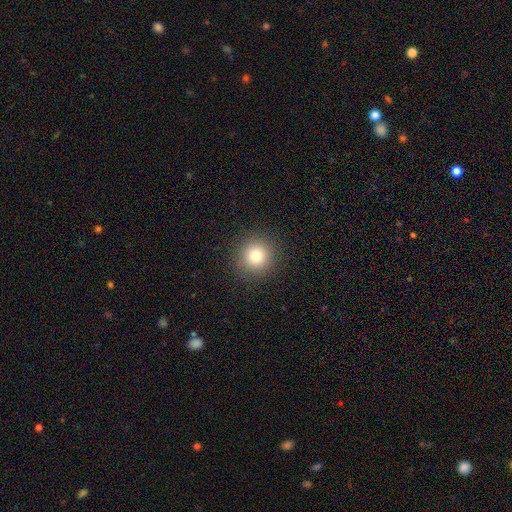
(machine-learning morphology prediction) smooth 83%, star or artifact 11%, featured or disk 6%. Down the decision tree: how rounded — round (93%); merging — none (91%).